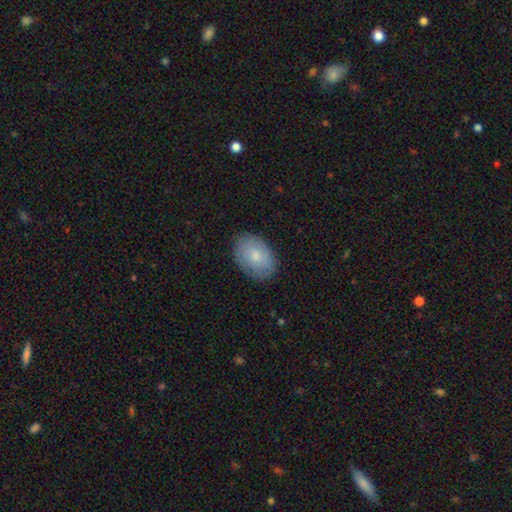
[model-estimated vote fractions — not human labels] A smooth galaxy with no disk features (73%) that is in between round and cigar-shaped (84%).

Vote fractions:
- Smooth or featured? smooth: 73% / featured or disk: 20% / star or artifact: 7%
- How rounded? in between: 84% / round: 15% / cigar-shaped: 1%
- Merging? none: 83% / minor disturbance: 13% / major disturbance: 3% / merger: 1%